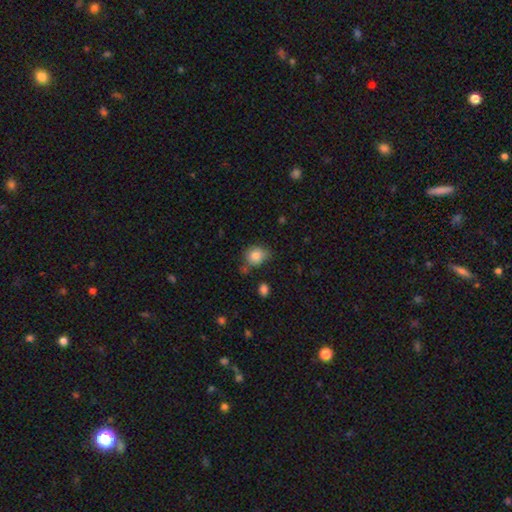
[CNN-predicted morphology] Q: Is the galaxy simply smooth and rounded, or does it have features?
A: smooth — 84%.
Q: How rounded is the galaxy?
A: round — 70%.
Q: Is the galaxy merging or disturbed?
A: none — 62%.